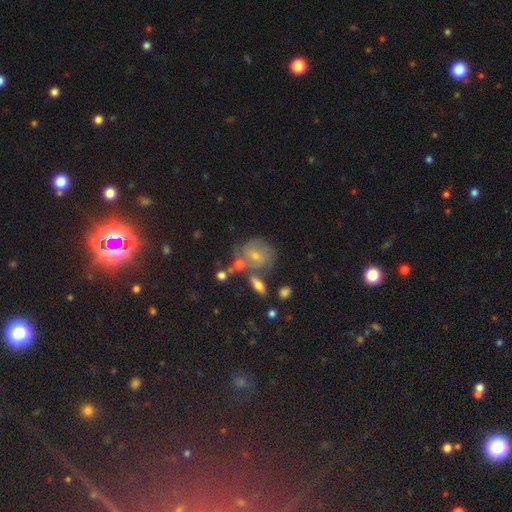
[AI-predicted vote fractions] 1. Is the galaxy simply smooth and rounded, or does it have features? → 48% featured or disk, 42% smooth, 10% star or artifact.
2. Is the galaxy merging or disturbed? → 49% none, 21% merger, 20% minor disturbance, 10% major disturbance.